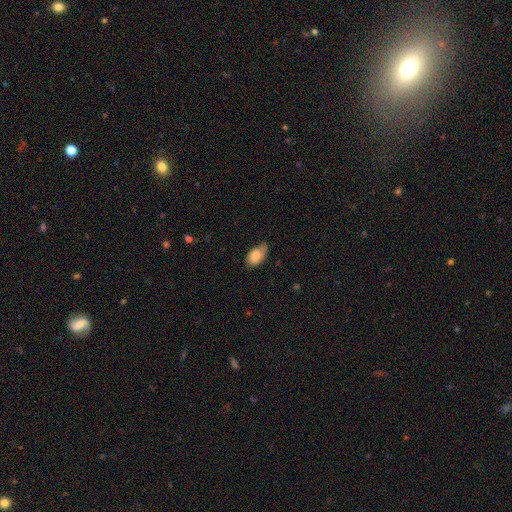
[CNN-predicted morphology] Smooth or featured?
  - smooth: 80% *
  - featured or disk: 13%
  - star or artifact: 7%
How rounded?
  - in between: 92% *
  - round: 6%
  - cigar-shaped: 2%
Merging?
  - none: 54% *
  - minor disturbance: 35%
  - major disturbance: 9%
  - merger: 2%